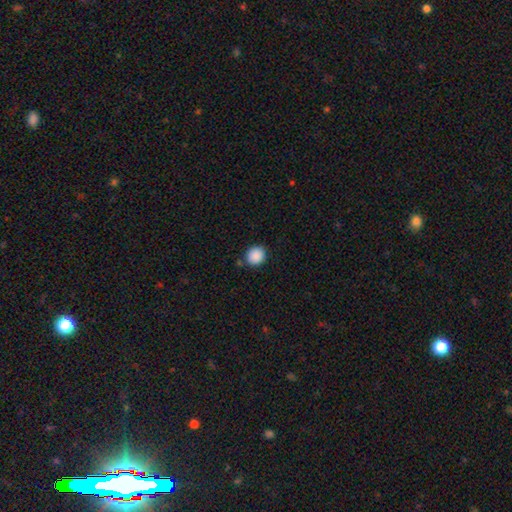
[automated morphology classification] type=smooth (89%); roundness=round (84%); merging=none (85%).